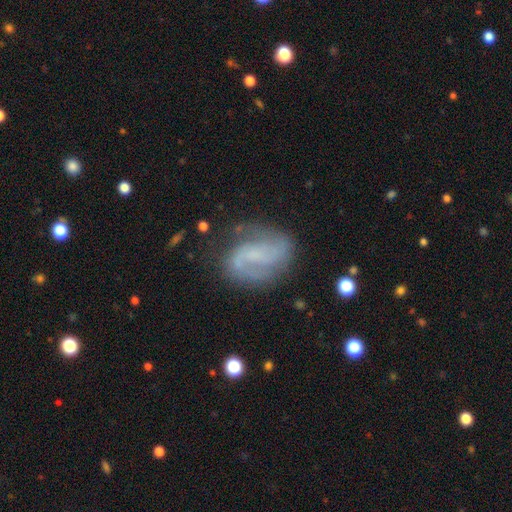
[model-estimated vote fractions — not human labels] A featured or disk galaxy (77%) with a weak bar (41%), 2 (80%) medium (43%) spiral arms (92%) and no central bulge (49%).

Vote fractions:
- Smooth or featured? featured or disk: 77% / smooth: 16% / star or artifact: 8%
- Edge-on disk? no: 97% / yes: 3%
- Bar? weak: 41% / no: 39% / strong: 20%
- Spiral arms? yes: 92% / no: 8%
- Spiral winding? medium: 43% / loose: 34% / tight: 23%
- Spiral arm count? 2: 80% / can't tell: 9% / 1: 6% / 3: 3% / 4: 1% / more than 4: 1%
- Bulge size? none: 49% / small: 37% / moderate: 10% / large: 3% / dominant: 1%
- Merging? none: 69% / minor disturbance: 19% / major disturbance: 10% / merger: 3%